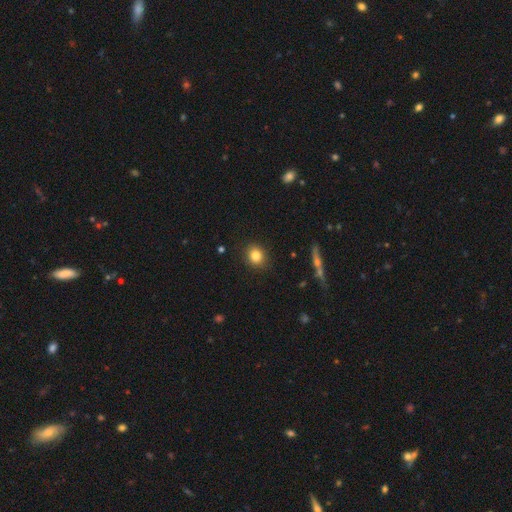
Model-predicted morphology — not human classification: Smooth or featured? Predicted: smooth (p=0.83). How rounded? Predicted: round (p=0.75). Merging? Predicted: none (p=0.89).